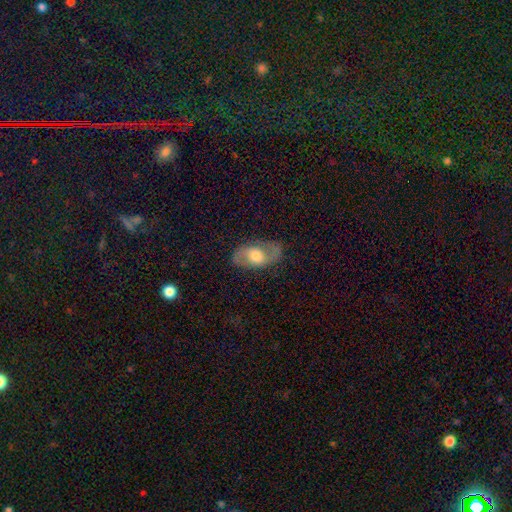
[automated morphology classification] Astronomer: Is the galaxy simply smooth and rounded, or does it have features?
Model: featured or disk — 64%.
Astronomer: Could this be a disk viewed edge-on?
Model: no — 92%.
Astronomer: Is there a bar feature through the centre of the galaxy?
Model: no — 59%.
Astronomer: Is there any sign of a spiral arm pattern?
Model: yes — 77%.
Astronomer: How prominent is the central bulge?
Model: moderate — 55% (runner-up: large, 31%).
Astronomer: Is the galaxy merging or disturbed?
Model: none — 80%.